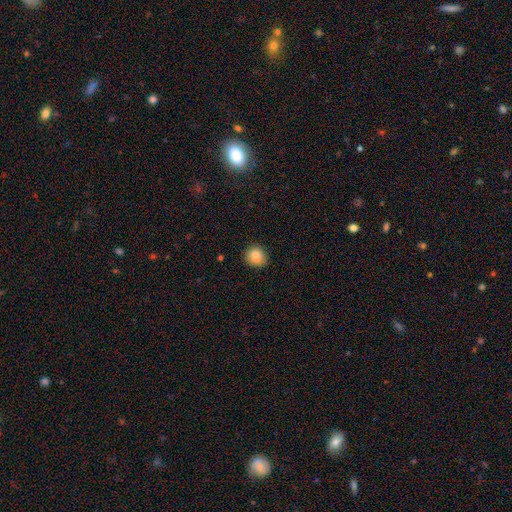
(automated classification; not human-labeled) smooth-or-featured: smooth: 83% | star or artifact: 10% | featured or disk: 7%
  how-rounded: round: 86% | in between: 13% | cigar-shaped: 1%
  merging: none: 82% | minor disturbance: 14% | major disturbance: 3% | merger: 2%